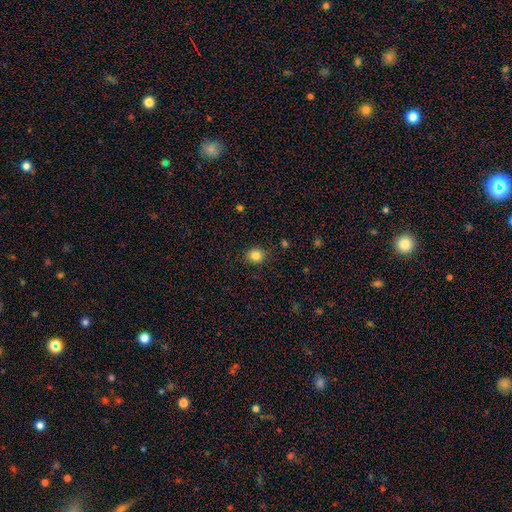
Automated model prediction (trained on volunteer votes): A smooth galaxy with no disk features (83%) that is round (80%). Merging: none (87%).